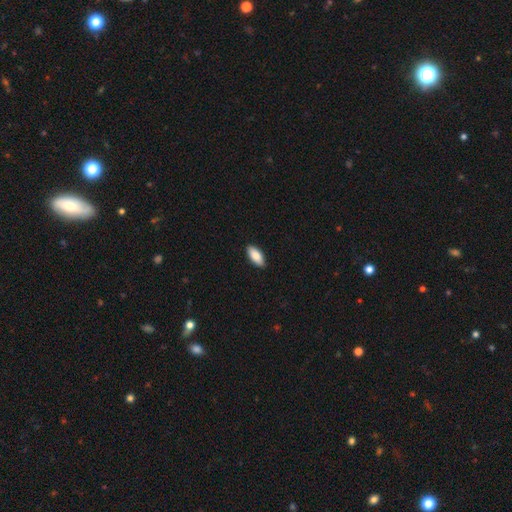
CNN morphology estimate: Smooth or featured? smooth (86%)
How rounded? in between (87%)
Merging? none (90%)